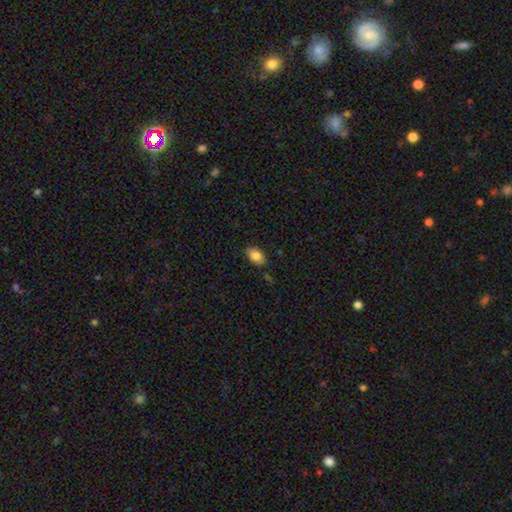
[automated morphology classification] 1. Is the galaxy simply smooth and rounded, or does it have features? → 85% smooth, 8% star or artifact, 8% featured or disk.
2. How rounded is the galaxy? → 89% in between, 9% round, 2% cigar-shaped.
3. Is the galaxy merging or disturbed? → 83% none, 13% minor disturbance, 2% major disturbance, 2% merger.